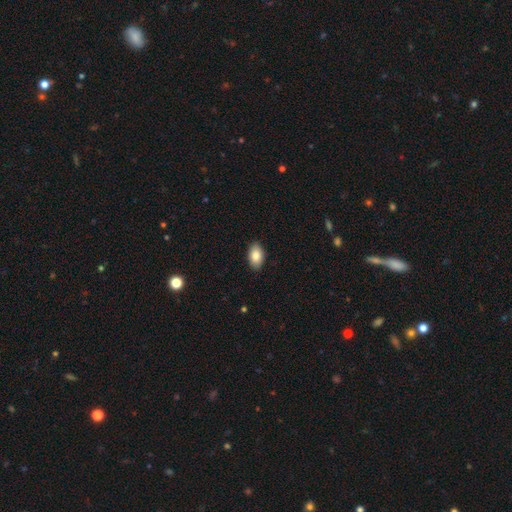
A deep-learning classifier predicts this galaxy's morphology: This is clearly a smooth galaxy (85%). How rounded: clearly in between (92%). Merging: clearly none (89%).